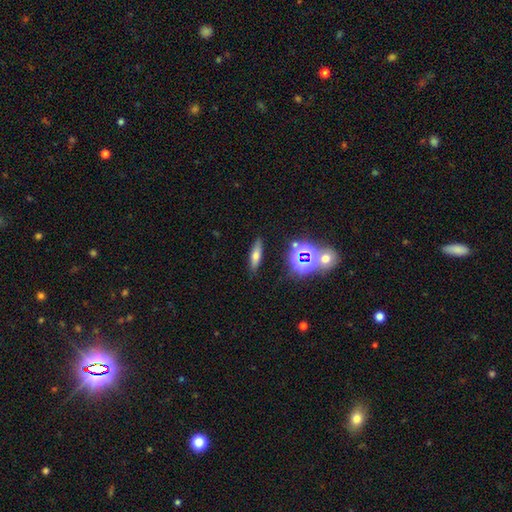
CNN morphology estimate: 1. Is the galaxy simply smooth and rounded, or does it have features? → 60% smooth, 22% featured or disk, 18% star or artifact.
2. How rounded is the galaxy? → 54% cigar-shaped, 39% in between, 7% round.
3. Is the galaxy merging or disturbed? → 85% none, 10% minor disturbance, 3% major disturbance, 3% merger.